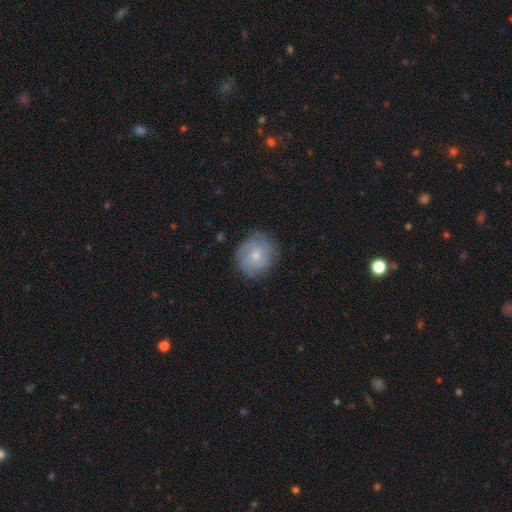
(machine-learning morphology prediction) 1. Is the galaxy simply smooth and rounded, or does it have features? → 47% smooth, 45% featured or disk, 8% star or artifact.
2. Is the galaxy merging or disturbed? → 78% none, 16% minor disturbance, 5% major disturbance, 1% merger.